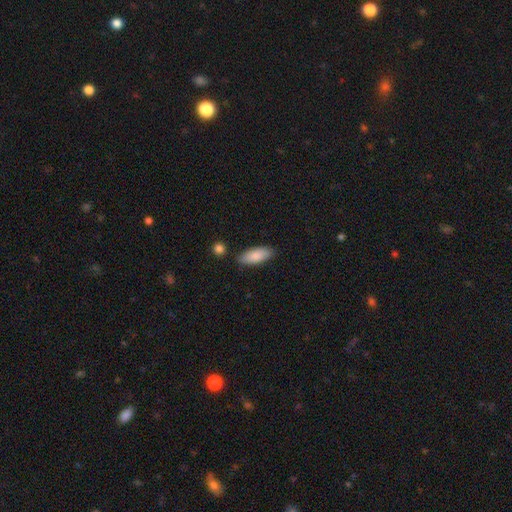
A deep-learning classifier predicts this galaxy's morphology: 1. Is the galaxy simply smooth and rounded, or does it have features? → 86% smooth, 9% featured or disk, 6% star or artifact.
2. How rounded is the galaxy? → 79% in between, 19% cigar-shaped, 2% round.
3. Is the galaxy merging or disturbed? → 82% none, 12% minor disturbance, 3% merger, 2% major disturbance.